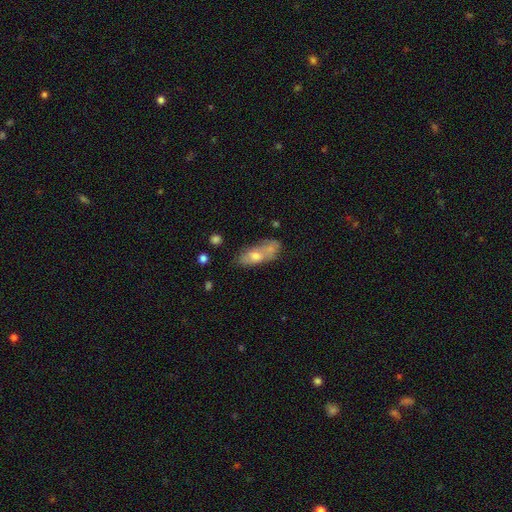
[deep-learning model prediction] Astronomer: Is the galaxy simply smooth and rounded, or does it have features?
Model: smooth — 61%.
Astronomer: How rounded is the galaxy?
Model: in between — 73%.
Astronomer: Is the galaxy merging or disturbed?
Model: none — 37% (runner-up: merger, 31%).